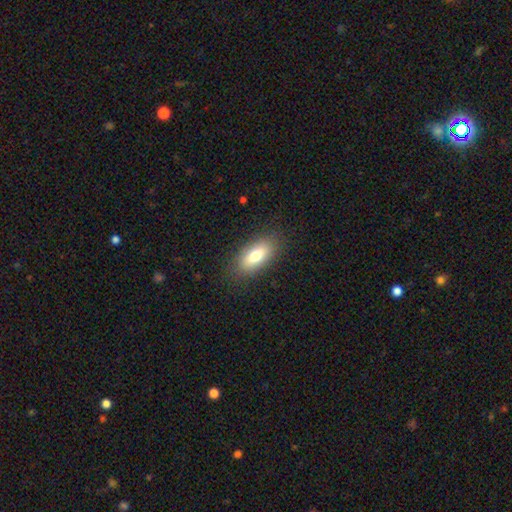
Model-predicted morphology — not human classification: The model was most divided on "smooth or featured": smooth: 74%, featured or disk: 18%, star or artifact: 8%. More confident: merging — none (86%); how rounded — in between (84%).